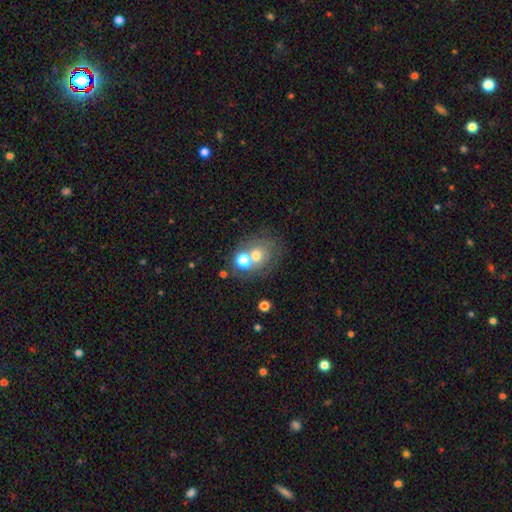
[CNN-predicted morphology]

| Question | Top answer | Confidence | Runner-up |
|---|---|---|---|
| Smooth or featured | smooth | 60% | featured or disk (25%) |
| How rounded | round | 67% | in between (32%) |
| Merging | none | 43% | merger (39%) |